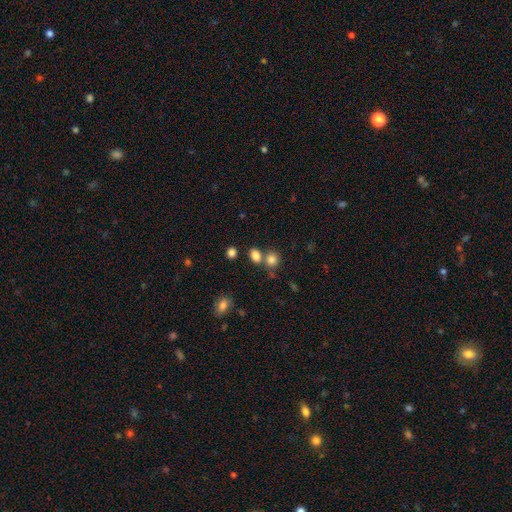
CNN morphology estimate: A smooth galaxy with no disk features (82%) that is in between round and cigar-shaped (54%).

Vote fractions:
- Smooth or featured? smooth: 82% / star or artifact: 12% / featured or disk: 6%
- How rounded? in between: 54% / round: 44% / cigar-shaped: 1%
- Merging? none: 59% / merger: 28% / minor disturbance: 10% / major disturbance: 4%